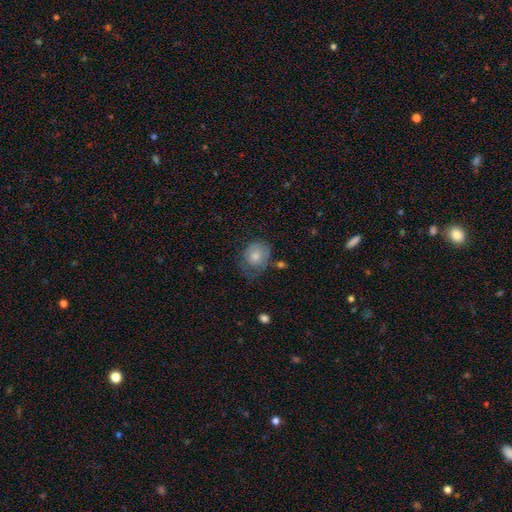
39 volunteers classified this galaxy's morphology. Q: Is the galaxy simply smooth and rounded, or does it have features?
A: smooth — 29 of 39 (74%).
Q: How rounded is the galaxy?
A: round — 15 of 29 (52%).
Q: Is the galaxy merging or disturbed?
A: none — 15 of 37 (41%).